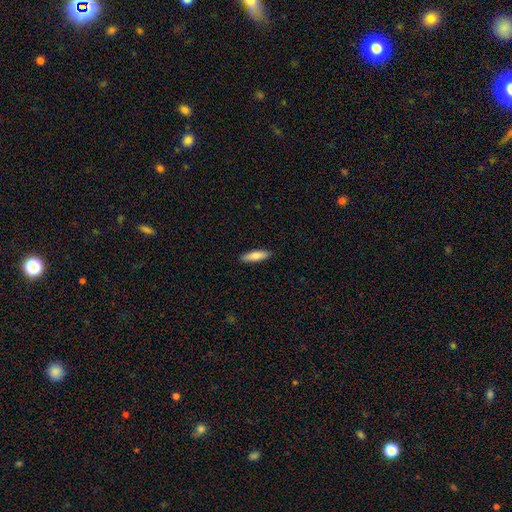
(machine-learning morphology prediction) This appears to be a smooth galaxy with no disk features (82%) that is cigar-shaped (62%). Merging: none (90%).